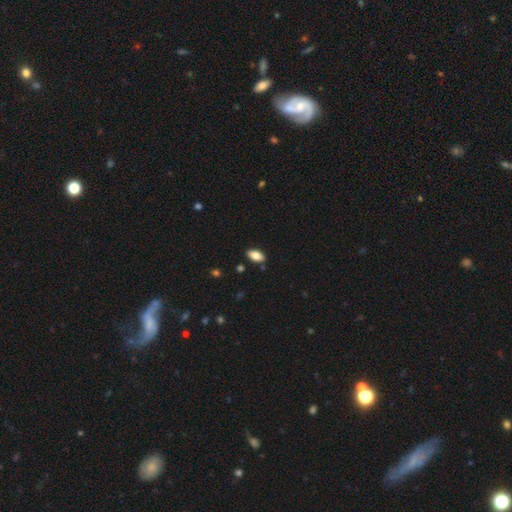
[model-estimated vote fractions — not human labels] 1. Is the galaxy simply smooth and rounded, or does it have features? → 83% smooth, 9% featured or disk, 8% star or artifact.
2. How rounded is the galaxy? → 93% in between, 4% cigar-shaped, 3% round.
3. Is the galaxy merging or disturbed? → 87% none, 10% minor disturbance, 2% major disturbance, 2% merger.